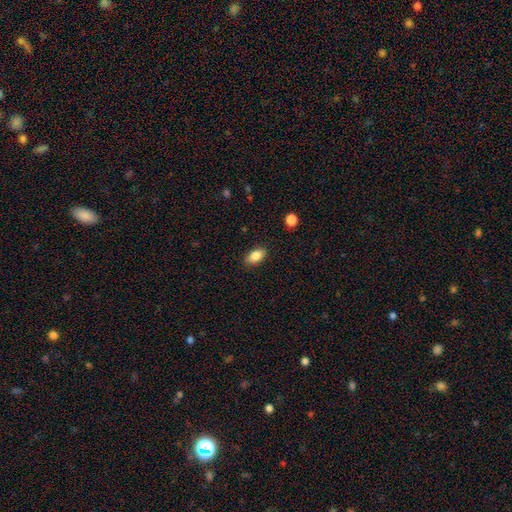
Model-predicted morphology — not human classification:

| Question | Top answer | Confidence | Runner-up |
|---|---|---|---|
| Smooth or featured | smooth | 86% | star or artifact (8%) |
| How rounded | in between | 91% | round (5%) |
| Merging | none | 87% | minor disturbance (9%) |